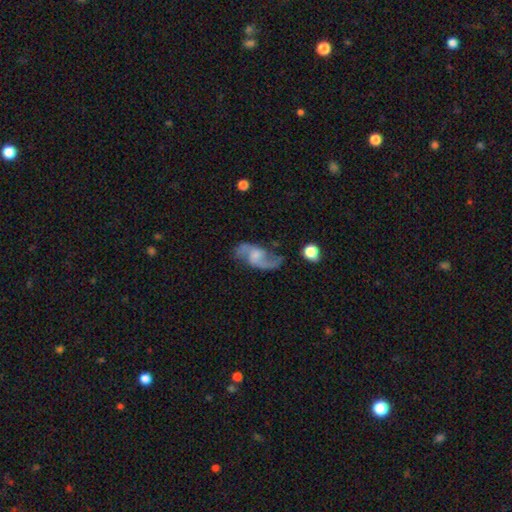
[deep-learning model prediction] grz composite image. It shows a featured or disk galaxy (82%) with no bar (45%, tied with weak), 2 (91%) loose (62%) spiral arms (94%) and a moderate central bulge (32%). Merging: none (68%).